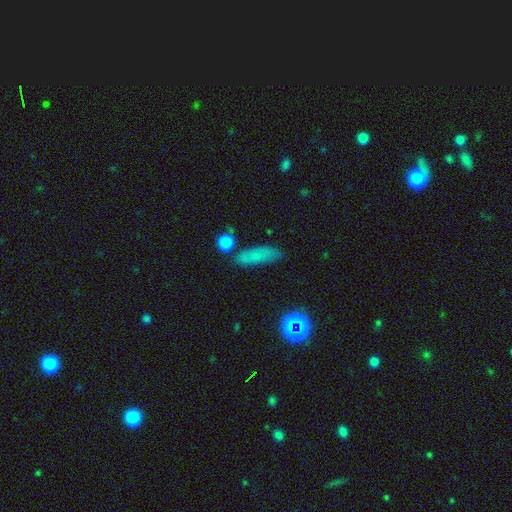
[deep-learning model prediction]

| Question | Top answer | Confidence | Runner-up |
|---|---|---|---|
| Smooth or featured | smooth | 71% | featured or disk (14%) |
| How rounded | cigar-shaped | 51% | in between (43%) |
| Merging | none | 72% | minor disturbance (17%) |